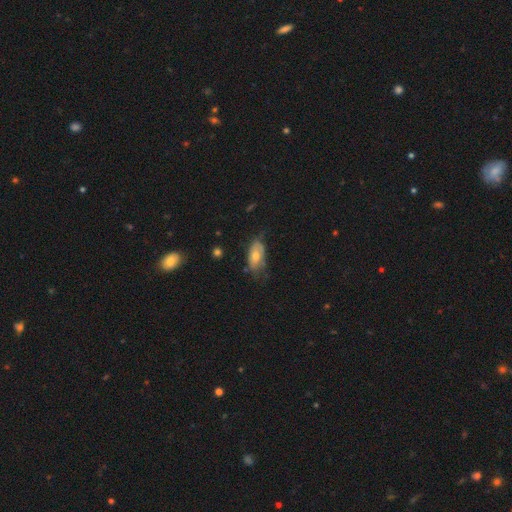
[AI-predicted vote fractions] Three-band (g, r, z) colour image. It shows a smooth galaxy with no disk features (57%) that is in between round and cigar-shaped (89%). Merging: none (48%).